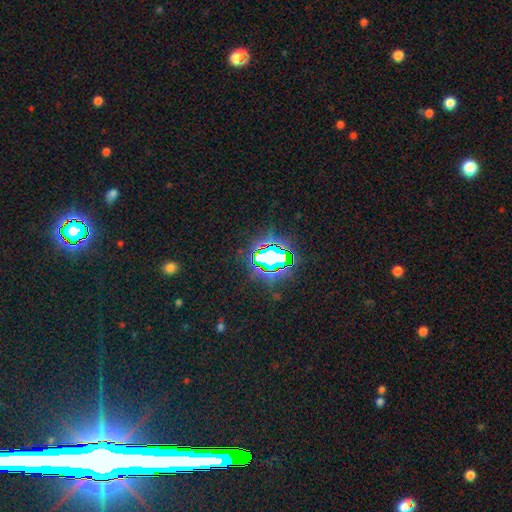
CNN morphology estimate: A star or artifact, not a galaxy (80%).